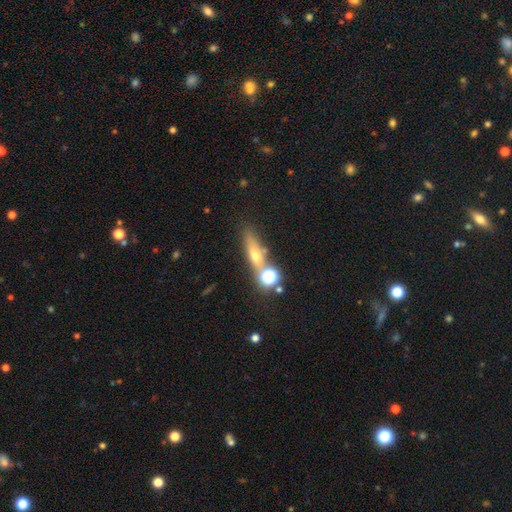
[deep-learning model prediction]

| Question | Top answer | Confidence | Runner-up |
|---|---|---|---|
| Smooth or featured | smooth | 51% | featured or disk (30%) |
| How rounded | cigar-shaped | 50% | in between (32%) |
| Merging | none | 57% | merger (22%) |